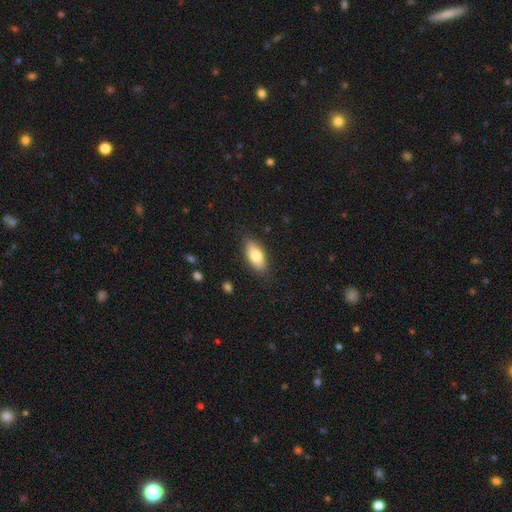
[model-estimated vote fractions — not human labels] Smooth or featured?
  - smooth: 78% *
  - featured or disk: 16%
  - star or artifact: 6%
How rounded?
  - in between: 84% *
  - cigar-shaped: 13%
  - round: 3%
Merging?
  - none: 85% *
  - minor disturbance: 11%
  - major disturbance: 3%
  - merger: 1%